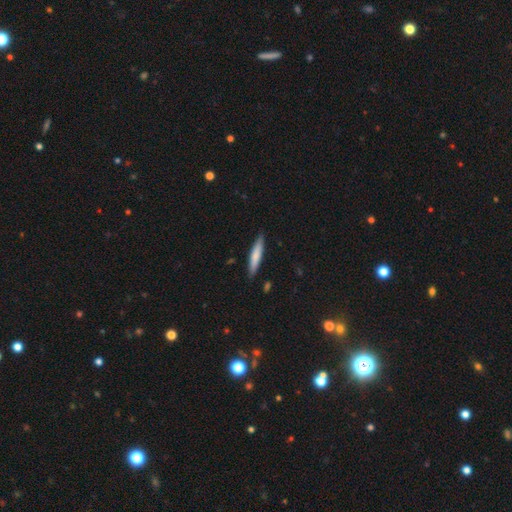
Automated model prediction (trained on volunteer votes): Smooth or featured: smooth — 75% (featured or disk — 20%)
How rounded: cigar-shaped — 90% (in between — 9%)
Merging: none — 88% (minor disturbance — 9%)